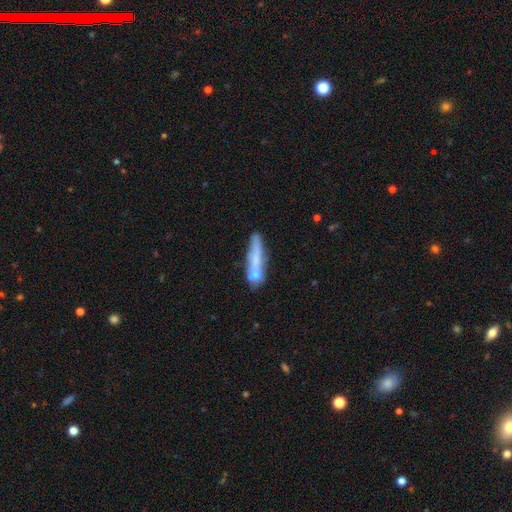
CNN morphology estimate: A smooth galaxy with no disk features (60%) that is cigar-shaped (74%). Merging: none (42%).